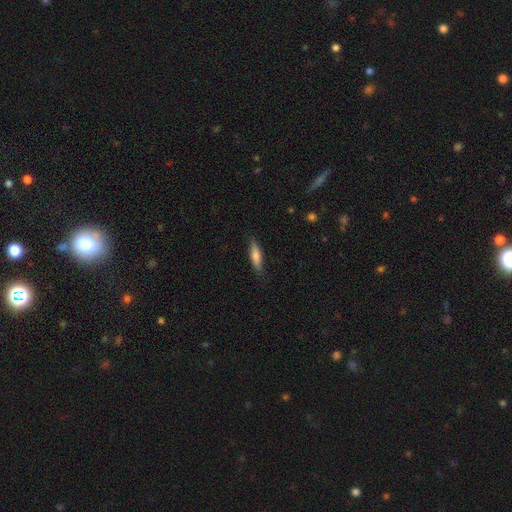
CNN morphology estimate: This is likely a smooth galaxy (72%). How rounded: likely cigar-shaped (69%). Merging: clearly none (83%).